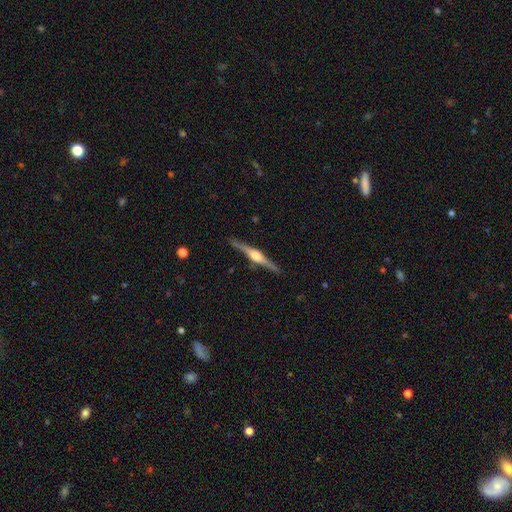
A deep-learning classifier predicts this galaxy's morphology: This appears to be a featured or disk galaxy (84%) viewed edge-on (98%) with a rounded central bulge (90%). Merging: none (90%).